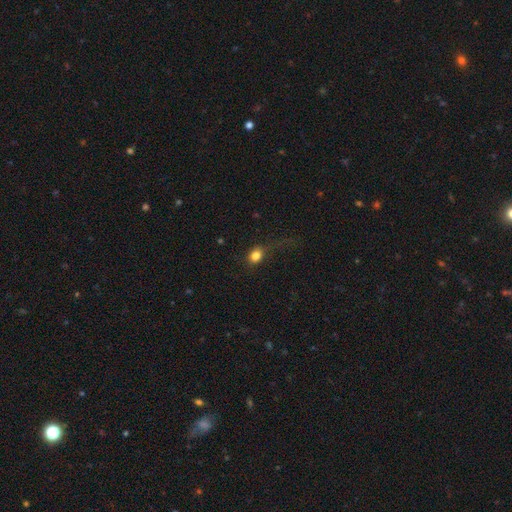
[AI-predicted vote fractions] This is clearly a smooth galaxy (81%). How rounded: possibly round (54%). Merging: possibly none (55%).